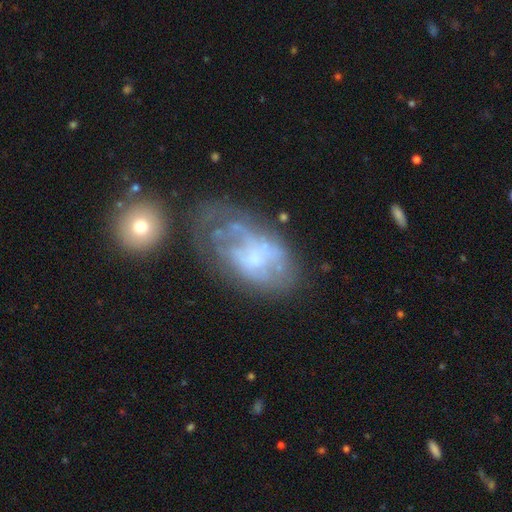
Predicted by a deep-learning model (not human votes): This appears to be a featured or disk galaxy (63%) with no bar (76%), no spiral arms (59%) and a small central bulge (39%). Merging: none (36%).